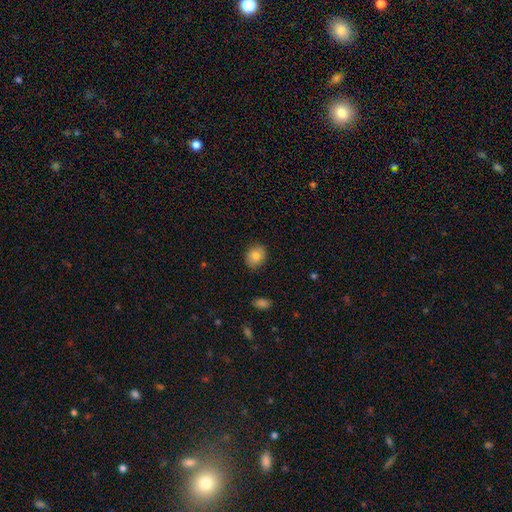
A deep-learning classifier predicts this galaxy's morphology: smooth 83%, featured or disk 9%, star or artifact 8%. Down the decision tree: how rounded — round (56%); merging — none (87%).